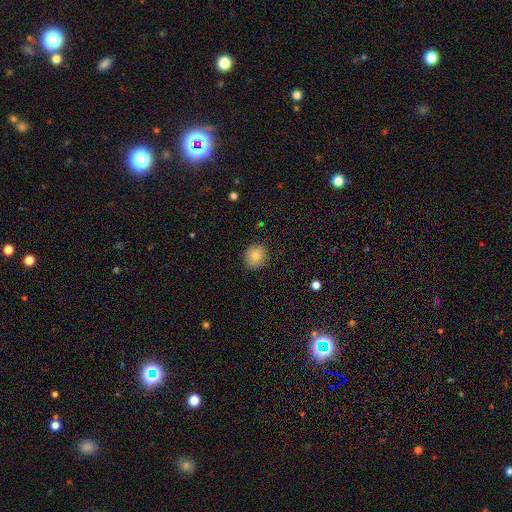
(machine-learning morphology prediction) Smooth or featured: smooth — 83% (star or artifact — 10%)
How rounded: round — 83% (in between — 16%)
Merging: none — 86% (minor disturbance — 10%)